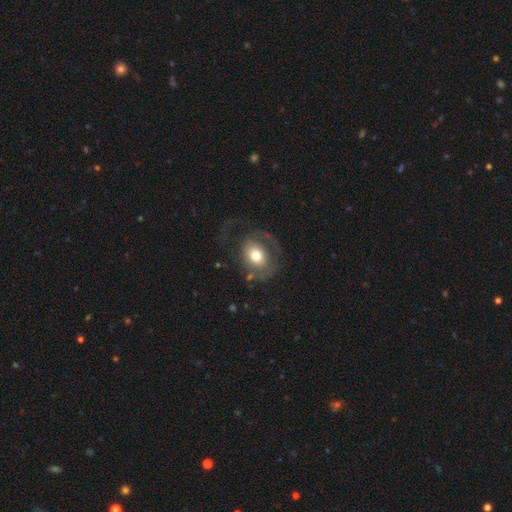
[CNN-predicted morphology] type=smooth (53%); roundness=in between (52%); merging=none (42%).